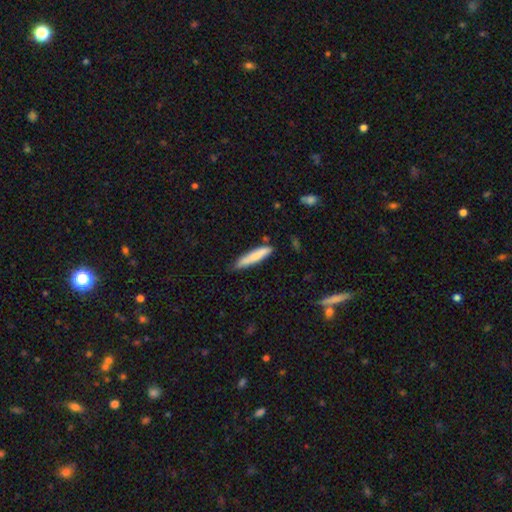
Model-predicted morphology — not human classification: smooth 79%, featured or disk 15%, star or artifact 6%. Down the decision tree: how rounded — cigar-shaped (88%); merging — none (77%).